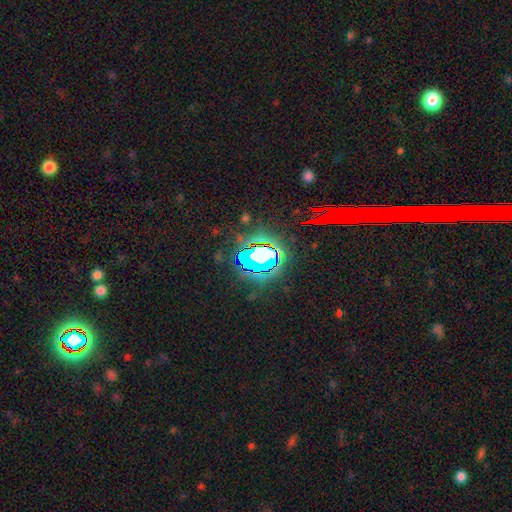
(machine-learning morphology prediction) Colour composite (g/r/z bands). It shows a star or artifact, not a galaxy (79%).